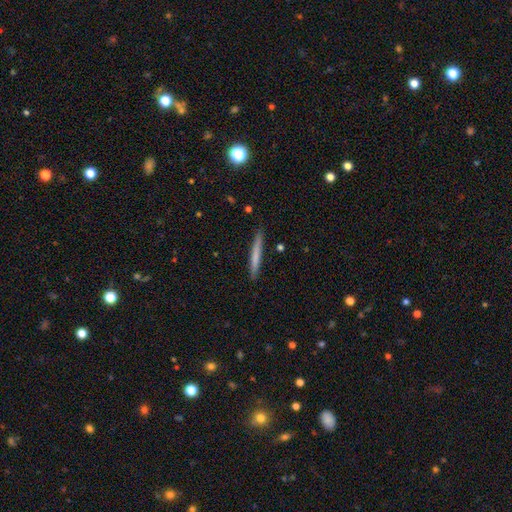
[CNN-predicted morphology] Q: Smooth or featured?
A: smooth (69%); runner-up: featured or disk (26%)
Q: How rounded?
A: cigar-shaped (96%); runner-up: in between (2%)
Q: Merging?
A: none (89%); runner-up: minor disturbance (8%)